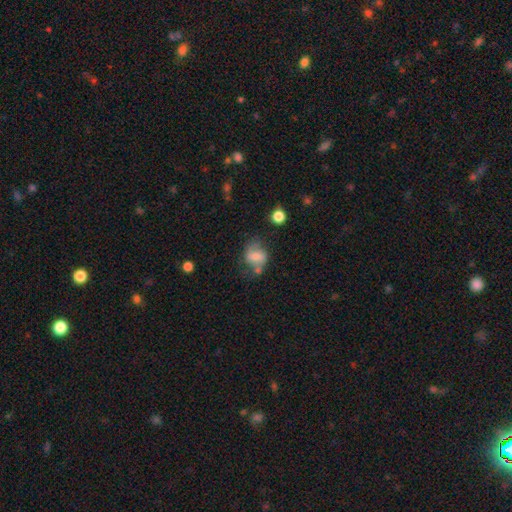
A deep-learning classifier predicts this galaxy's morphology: This appears to be a smooth galaxy with no disk features (55%) that is in between round and cigar-shaped (56%). Merging: none (47%).